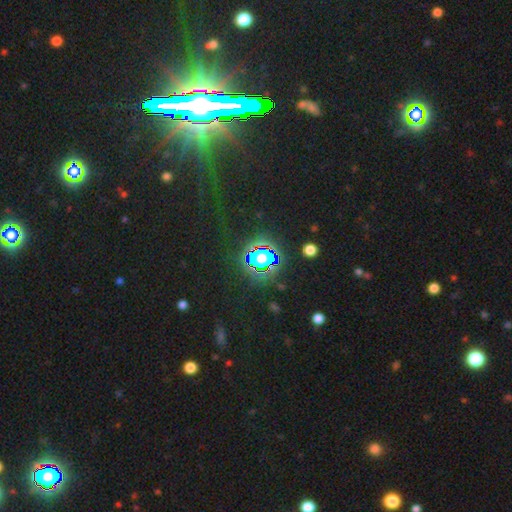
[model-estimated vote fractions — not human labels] smooth_or_featured: star or artifact (p=0.73) [alt: smooth p=0.18]